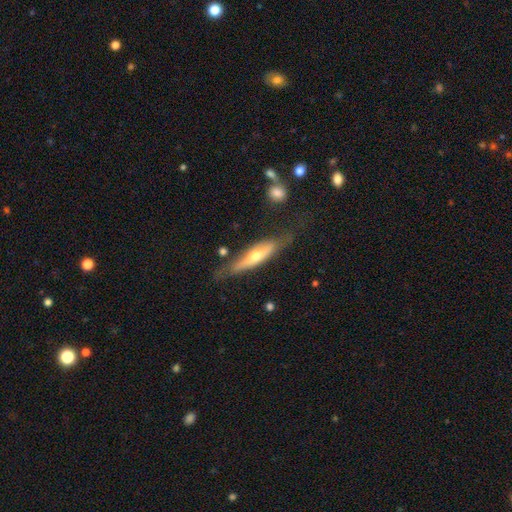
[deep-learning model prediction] Morphology: type=featured or disk (57%); edge-on=yes (78%); merging=none (63%).